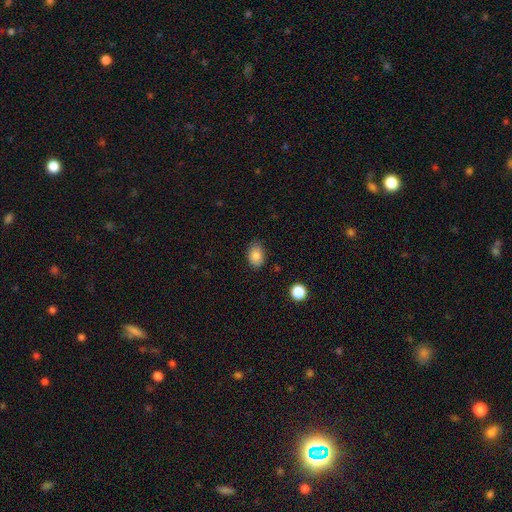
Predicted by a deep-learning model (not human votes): Overall: smooth (84%). How rounded: in between (74%). Merging: none (81%).